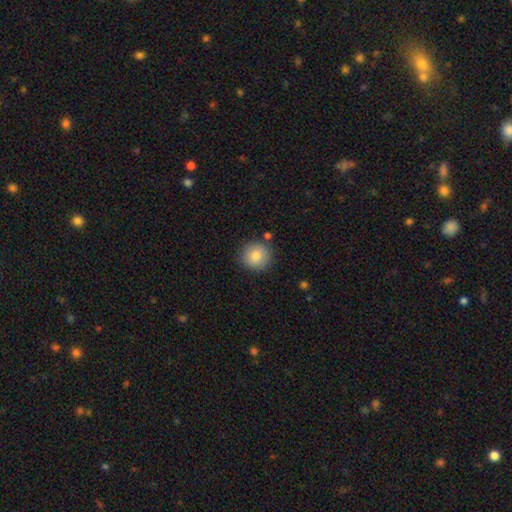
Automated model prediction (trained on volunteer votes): smooth-or-featured: smooth: 83% | featured or disk: 8% | star or artifact: 8%
  how-rounded: round: 92% | in between: 7% | cigar-shaped: 1%
  merging: none: 84% | minor disturbance: 10% | merger: 3% | major disturbance: 2%